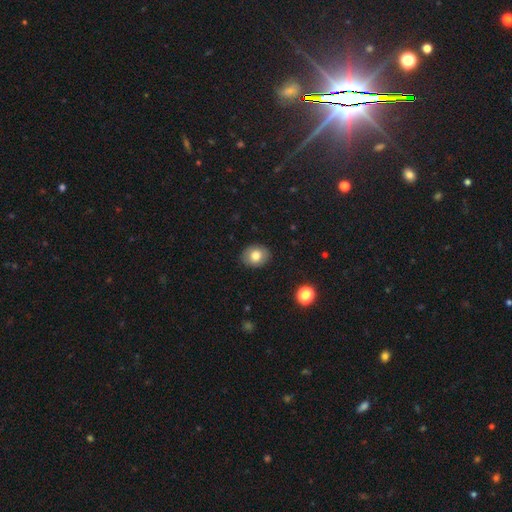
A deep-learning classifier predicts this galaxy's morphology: Smooth or featured? smooth (79%)
How rounded? round (52%)
Merging? none (88%)